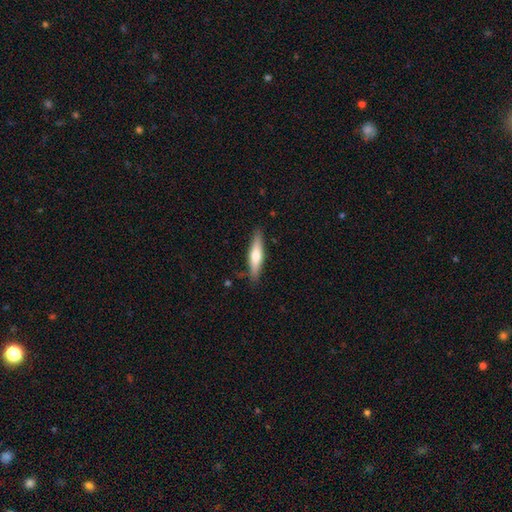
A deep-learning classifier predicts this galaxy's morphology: This appears to be a smooth galaxy with no disk features (55%) that is cigar-shaped (79%). Merging: none (86%).